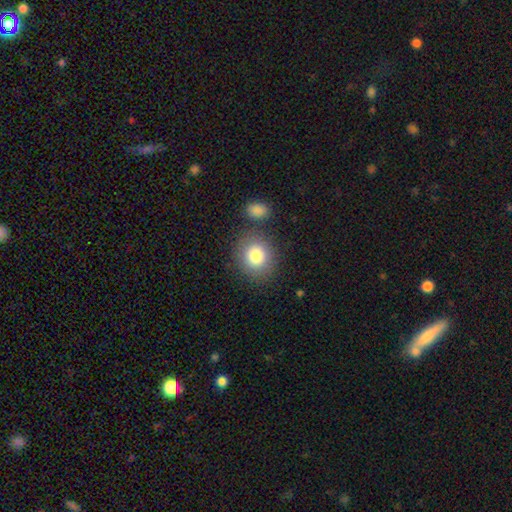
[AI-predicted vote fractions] Morphology: type=smooth (82%); roundness=round (76%); merging=none (79%).